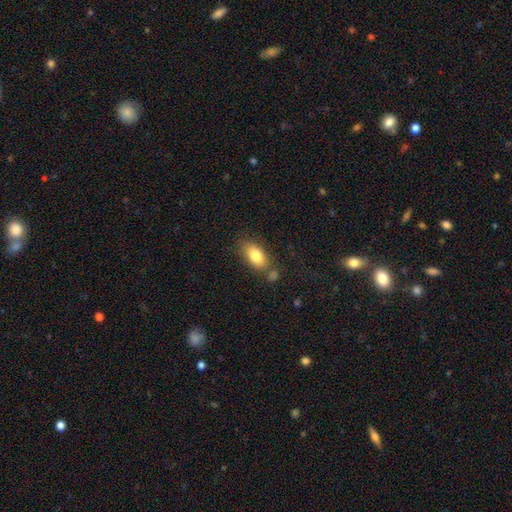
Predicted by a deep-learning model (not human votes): smooth-or-featured: smooth: 81% | featured or disk: 12% | star or artifact: 7%
  how-rounded: in between: 89% | cigar-shaped: 6% | round: 5%
  merging: none: 66% | minor disturbance: 16% | merger: 12% | major disturbance: 5%